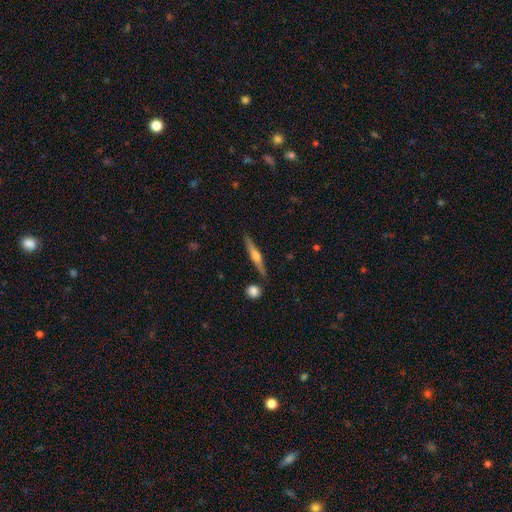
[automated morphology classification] Smooth or featured? featured or disk (68%)
Edge-on disk? yes (98%)
Edge-on bulge? rounded (84%)
Merging? none (86%)